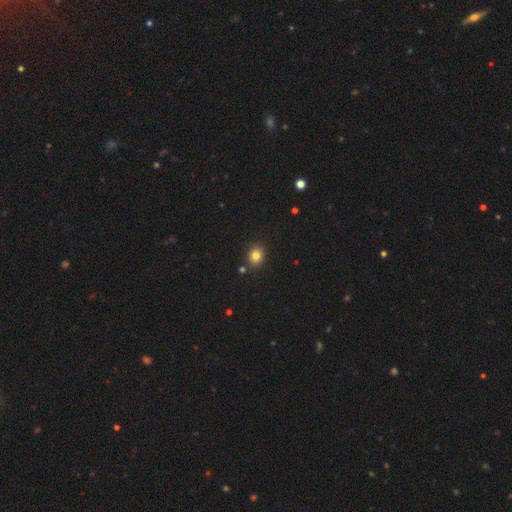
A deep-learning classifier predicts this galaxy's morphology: smooth-or-featured: smooth: 82% | star or artifact: 12% | featured or disk: 6%
  how-rounded: round: 62% | in between: 37% | cigar-shaped: 1%
  merging: none: 85% | minor disturbance: 9% | merger: 4% | major disturbance: 2%